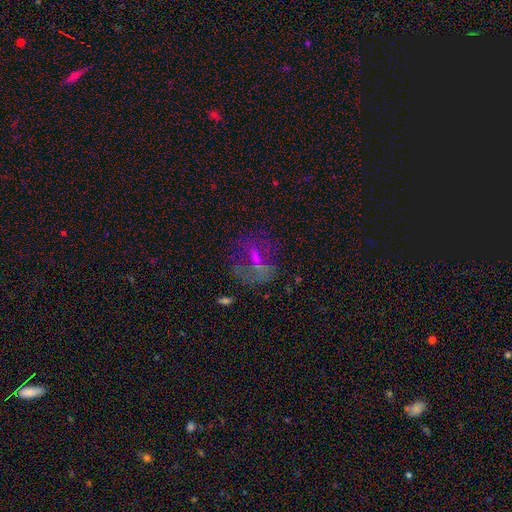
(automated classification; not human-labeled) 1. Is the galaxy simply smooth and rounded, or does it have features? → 45% featured or disk, 30% smooth, 25% star or artifact.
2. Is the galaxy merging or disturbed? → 51% none, 27% major disturbance, 18% minor disturbance, 5% merger.